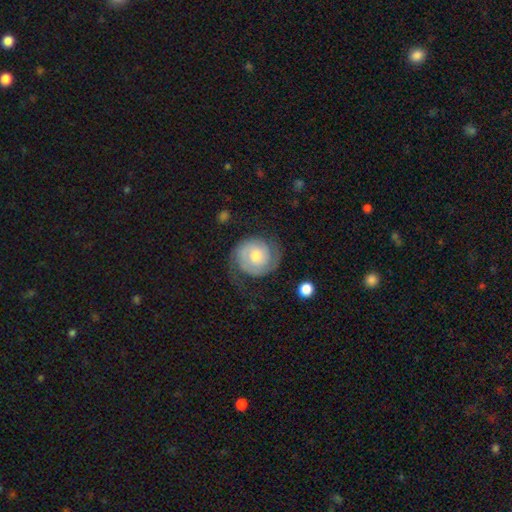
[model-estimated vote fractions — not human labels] A featured or disk galaxy (75%) with no bar (71%), 2 (78%) tight (56%) spiral arms (94%) and a moderate central bulge (60%). Merging: none (66%).